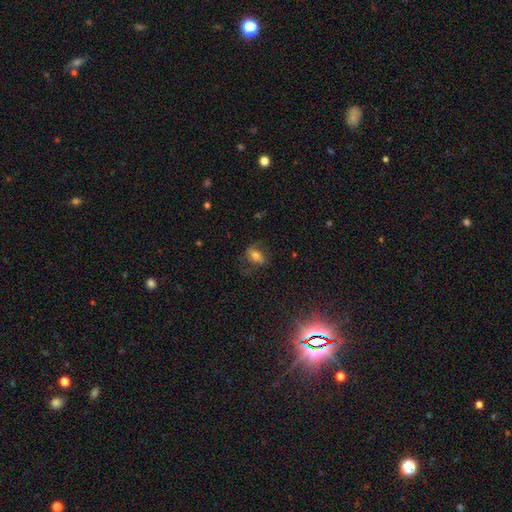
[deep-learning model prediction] Smooth or featured: smooth — 55% (featured or disk — 33%)
How rounded: in between — 83% (round — 13%)
Merging: none — 65% (minor disturbance — 20%)